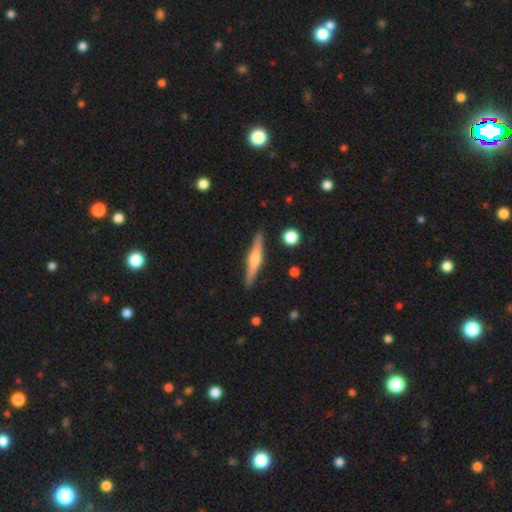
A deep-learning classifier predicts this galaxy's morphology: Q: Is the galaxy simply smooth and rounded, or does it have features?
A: featured or disk — 69%.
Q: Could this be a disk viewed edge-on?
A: yes — 98%.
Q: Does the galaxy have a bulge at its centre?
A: rounded — 89%.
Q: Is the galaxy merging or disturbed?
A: none — 91%.